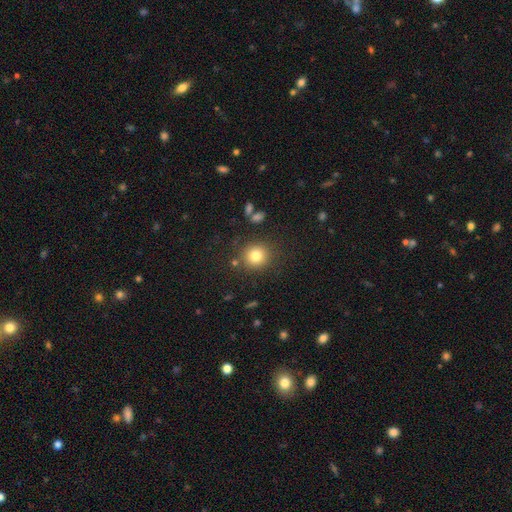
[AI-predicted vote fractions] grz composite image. It shows a smooth galaxy with no disk features (80%) that is round (89%). Merging: none (84%).